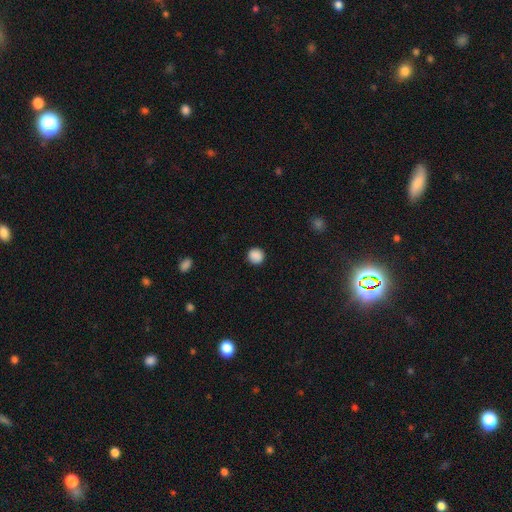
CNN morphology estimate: A smooth galaxy with no disk features (88%) that is round (93%). Merging: none (91%).